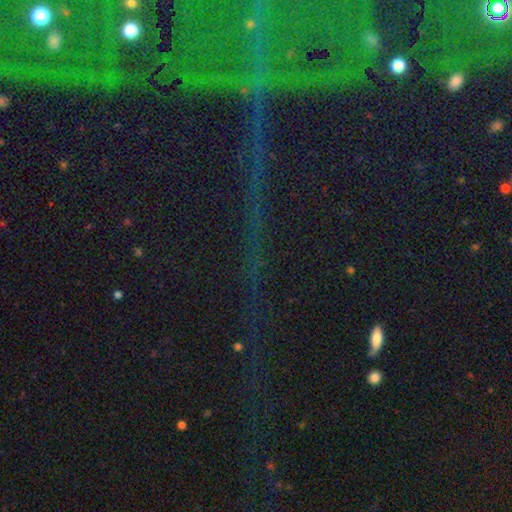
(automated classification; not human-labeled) Morphology: type=star or artifact (79%).